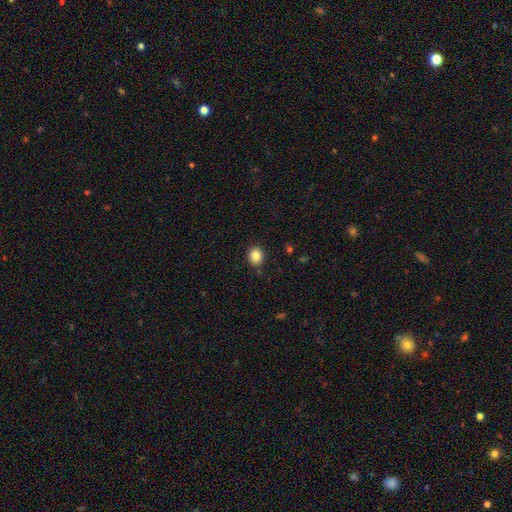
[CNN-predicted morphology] This appears to be a smooth galaxy with no disk features (85%) that is round (71%). Merging: none (89%).